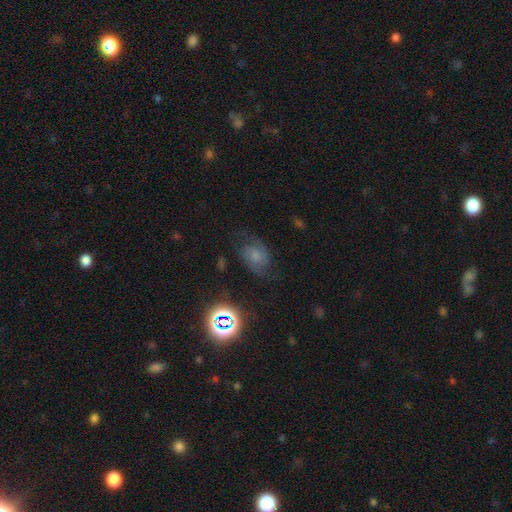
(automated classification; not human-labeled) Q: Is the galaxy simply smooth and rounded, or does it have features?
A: featured or disk — 56%.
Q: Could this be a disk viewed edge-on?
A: no — 97%.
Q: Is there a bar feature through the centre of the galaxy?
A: no — 66%.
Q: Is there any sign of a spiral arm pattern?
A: yes — 91%.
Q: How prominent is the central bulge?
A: moderate — 36%.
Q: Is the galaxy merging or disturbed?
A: none — 66%.